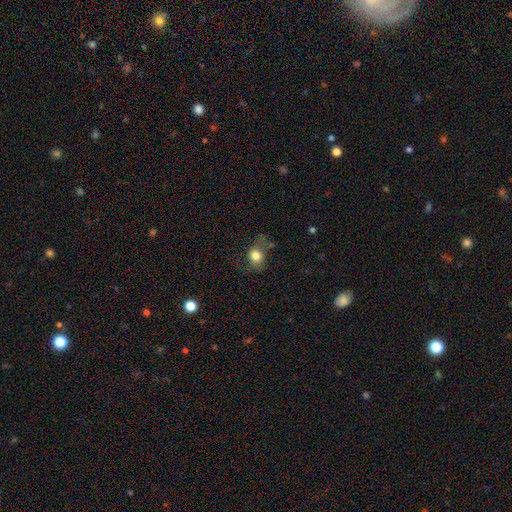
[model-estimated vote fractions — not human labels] Morphology: type=smooth (70%); roundness=round (61%); merging=none (48%).